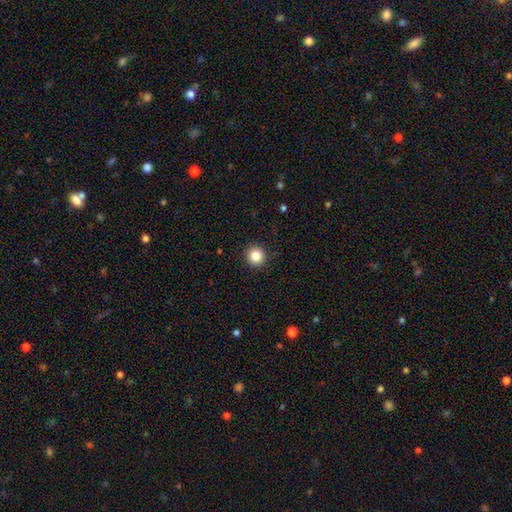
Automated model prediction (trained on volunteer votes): Smooth or featured? Predicted: smooth (p=0.85). How rounded? Predicted: round (p=0.94). Merging? Predicted: none (p=0.92).